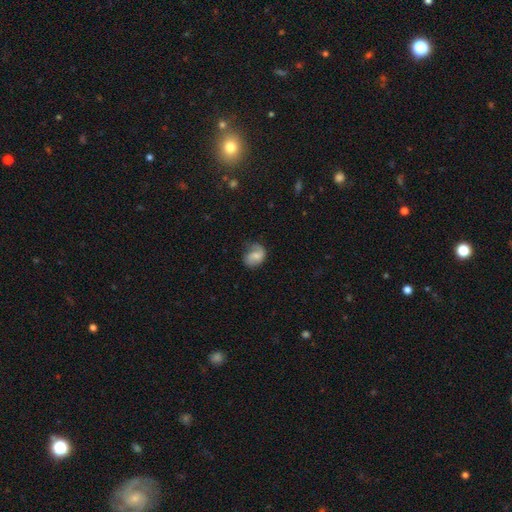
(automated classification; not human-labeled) Smooth or featured? Predicted: featured or disk (p=0.47). Merging? Predicted: none (p=0.50).